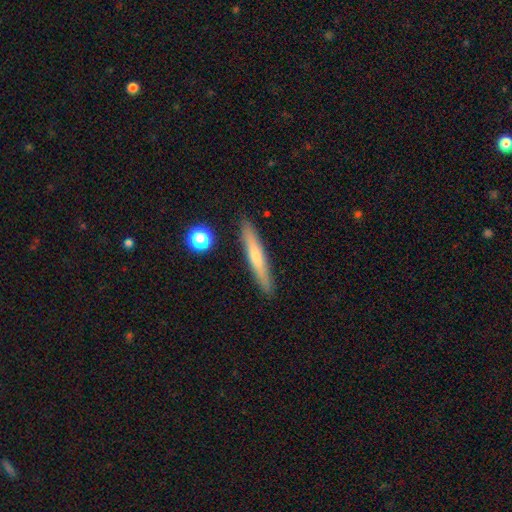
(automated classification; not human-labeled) A smooth galaxy with no disk features (55%) that is cigar-shaped (94%).

Vote fractions:
- Smooth or featured? smooth: 55% / featured or disk: 38% / star or artifact: 7%
- How rounded? cigar-shaped: 94% / in between: 5% / round: 1%
- Merging? none: 90% / minor disturbance: 7% / merger: 2% / major disturbance: 2%